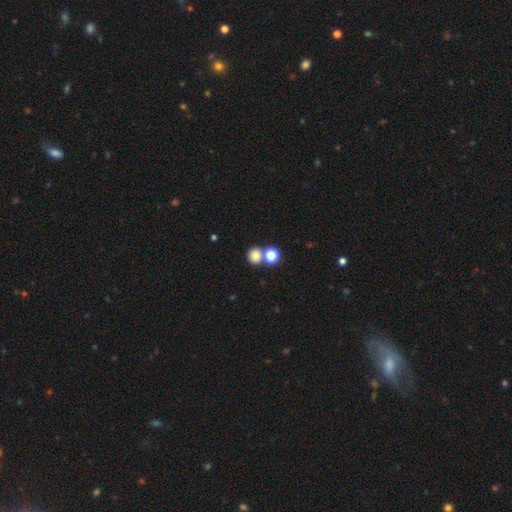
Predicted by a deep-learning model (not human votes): smooth-or-featured: smooth: 80% | star or artifact: 13% | featured or disk: 7%
  how-rounded: round: 83% | in between: 16% | cigar-shaped: 1%
  merging: none: 57% | merger: 33% | minor disturbance: 7% | major disturbance: 3%